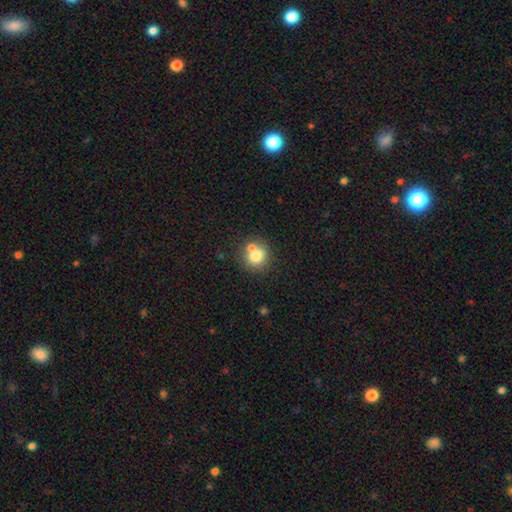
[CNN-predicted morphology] Smooth or featured? Predicted: smooth (p=0.75). How rounded? Predicted: round (p=0.83). Merging? Predicted: none (p=0.53).